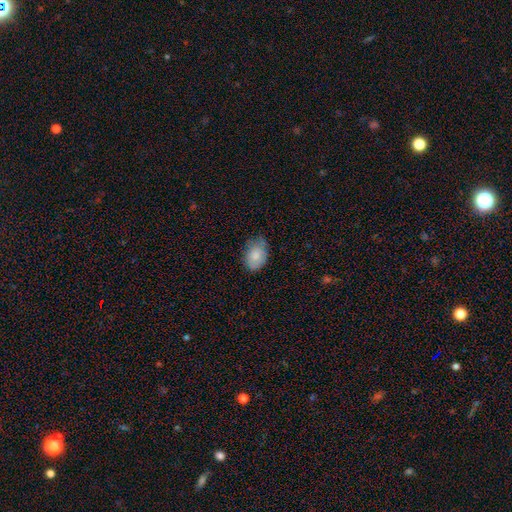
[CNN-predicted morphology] The model was most divided on "merging": none: 57%, minor disturbance: 34%, major disturbance: 8%, merger: 1%. More confident: how rounded — in between (82%); smooth or featured — smooth (80%).